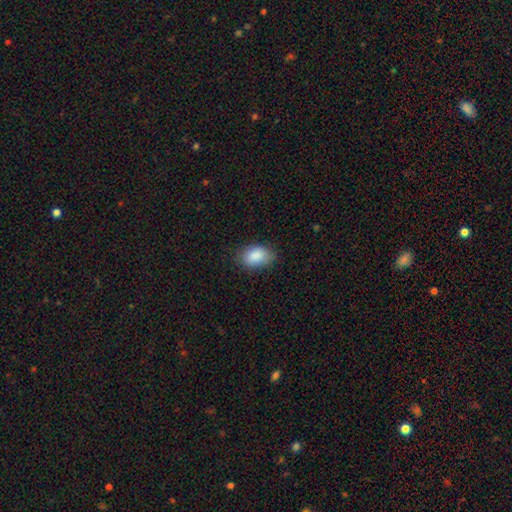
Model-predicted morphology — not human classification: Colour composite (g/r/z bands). It shows a smooth galaxy with no disk features (88%) that is in between round and cigar-shaped (88%). Merging: none (79%).